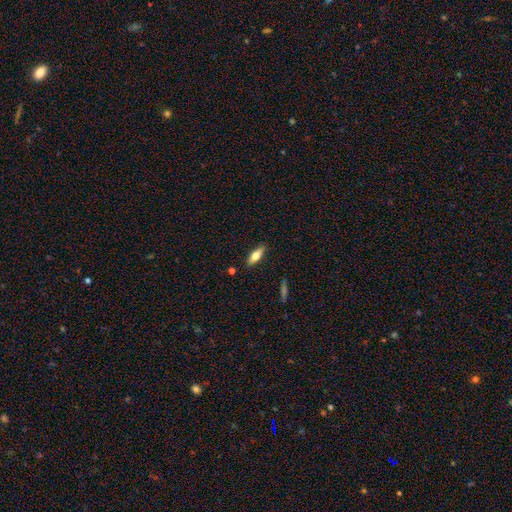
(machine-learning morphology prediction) Q: Smooth or featured?
A: smooth (63%); runner-up: featured or disk (31%)
Q: How rounded?
A: in between (60%); runner-up: cigar-shaped (37%)
Q: Merging?
A: none (87%); runner-up: minor disturbance (9%)